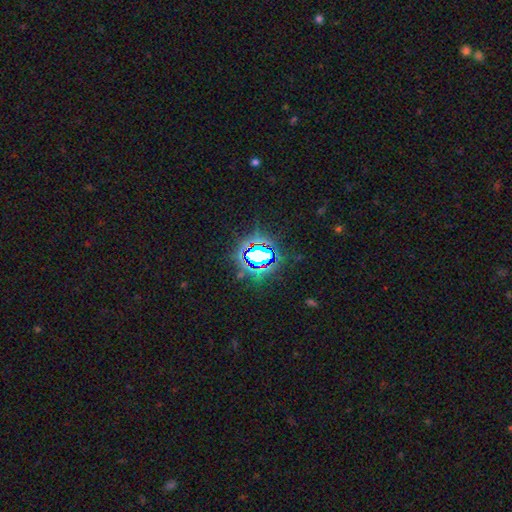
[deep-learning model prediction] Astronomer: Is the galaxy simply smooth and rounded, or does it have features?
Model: star or artifact — 77%.